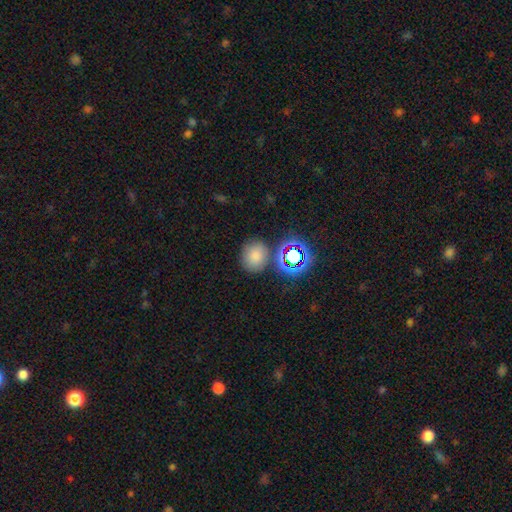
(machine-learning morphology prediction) This appears to be a smooth galaxy with no disk features (74%) that is round (70%). Merging: none (76%).